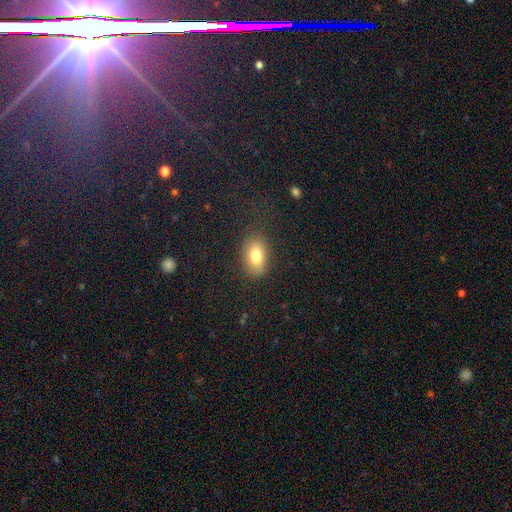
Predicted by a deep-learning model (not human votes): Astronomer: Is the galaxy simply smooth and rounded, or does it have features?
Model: smooth — 78%.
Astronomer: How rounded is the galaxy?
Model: in between — 83%.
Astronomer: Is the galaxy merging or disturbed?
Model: none — 81%.